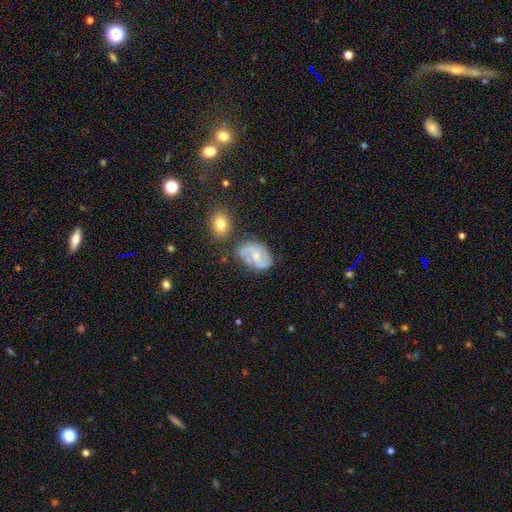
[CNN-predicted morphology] Smooth or featured?
  - featured or disk: 66% *
  - smooth: 27%
  - star or artifact: 8%
Edge-on disk?
  - no: 97% *
  - yes: 3%
Bar?
  - no: 52% *
  - weak: 39%
  - strong: 9%
Spiral arms?
  - yes: 82% *
  - no: 18%
Spiral winding?
  - medium: 46% *
  - tight: 28%
  - loose: 26%
Spiral arm count?
  - 2: 70% *
  - can't tell: 17%
  - 3: 6%
  - 1: 4%
  - 4: 2%
  - more than 4: 2%
Bulge size?
  - small: 50% *
  - moderate: 41%
  - none: 5%
  - large: 2%
  - dominant: 1%
Merging?
  - none: 55% *
  - minor disturbance: 26%
  - major disturbance: 10%
  - merger: 9%